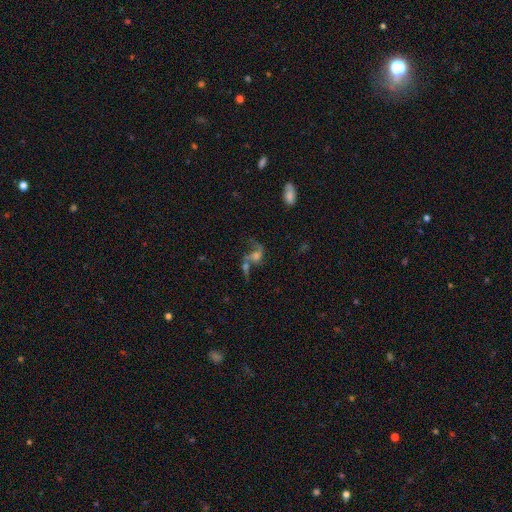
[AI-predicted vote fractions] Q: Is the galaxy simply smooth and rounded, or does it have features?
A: featured or disk — 62%.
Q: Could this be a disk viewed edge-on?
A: no — 94%.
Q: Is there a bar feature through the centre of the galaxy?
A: no — 68%.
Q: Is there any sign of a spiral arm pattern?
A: yes — 77%.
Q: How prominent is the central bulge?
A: moderate — 40%.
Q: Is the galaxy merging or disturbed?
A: merger — 41%.